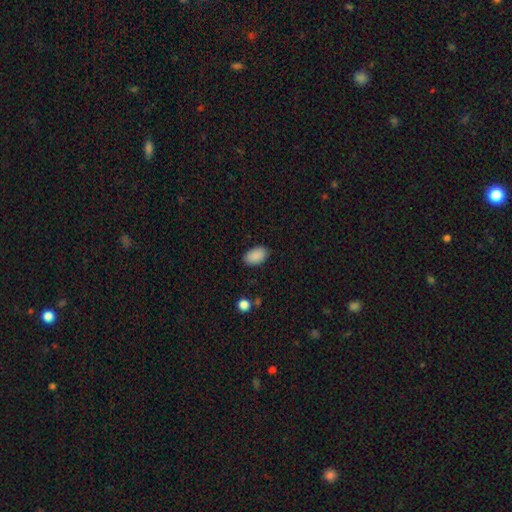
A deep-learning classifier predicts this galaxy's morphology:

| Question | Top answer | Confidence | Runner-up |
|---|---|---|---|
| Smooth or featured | smooth | 90% | star or artifact (7%) |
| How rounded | in between | 93% | round (6%) |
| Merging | none | 87% | minor disturbance (10%) |